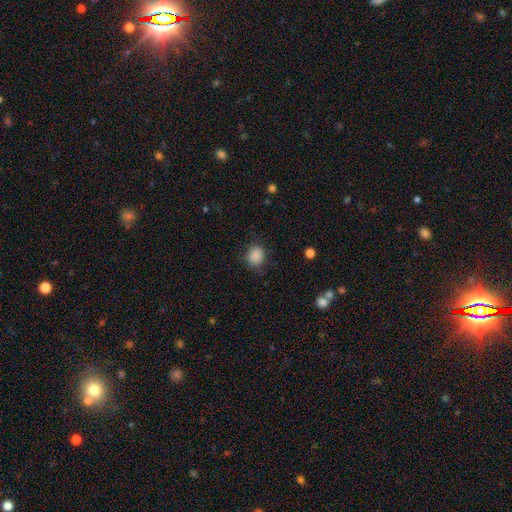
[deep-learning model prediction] smooth_or_featured: smooth (p=0.87) [alt: star or artifact p=0.09]
how_rounded: round (p=0.68) [alt: in between p=0.31]
merging: none (p=0.79) [alt: minor disturbance p=0.15]